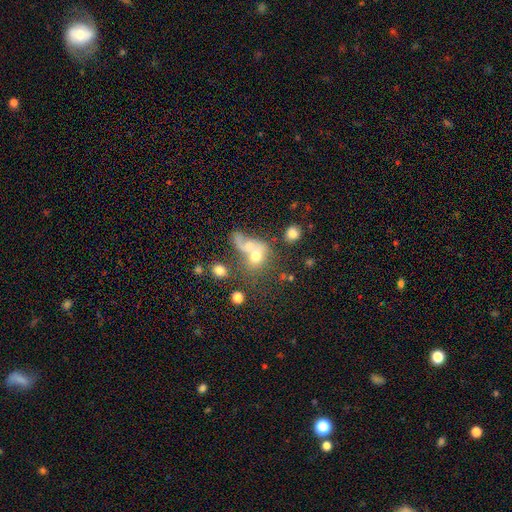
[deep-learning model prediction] Smooth or featured: smooth — 59% (featured or disk — 27%)
How rounded: round — 50% (in between — 47%)
Merging: merger — 55% (none — 18%)